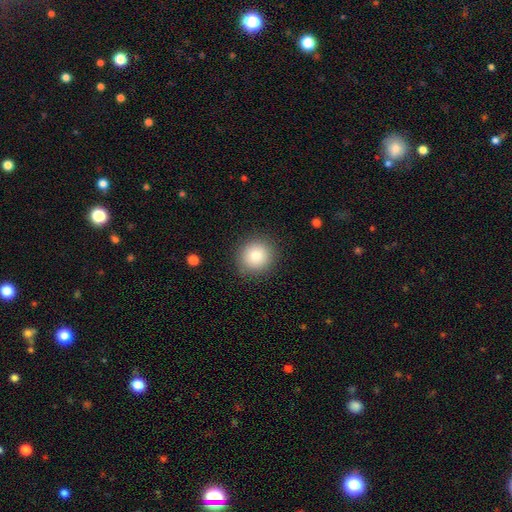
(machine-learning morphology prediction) Overall: smooth (83%). How rounded: round (89%). Merging: none (89%).